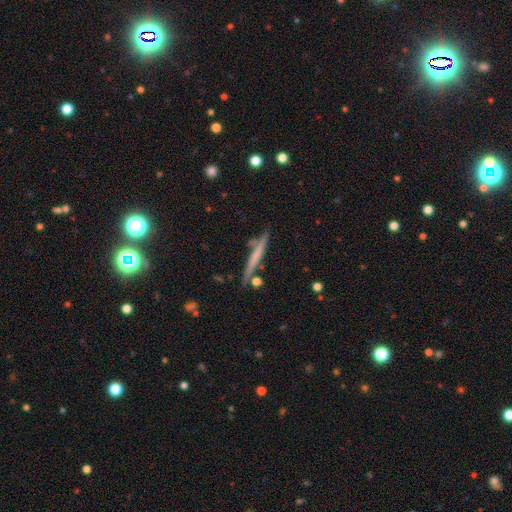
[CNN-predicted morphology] Q: Smooth or featured?
A: smooth (48%); runner-up: featured or disk (45%)
Q: Merging?
A: none (76%); runner-up: minor disturbance (14%)